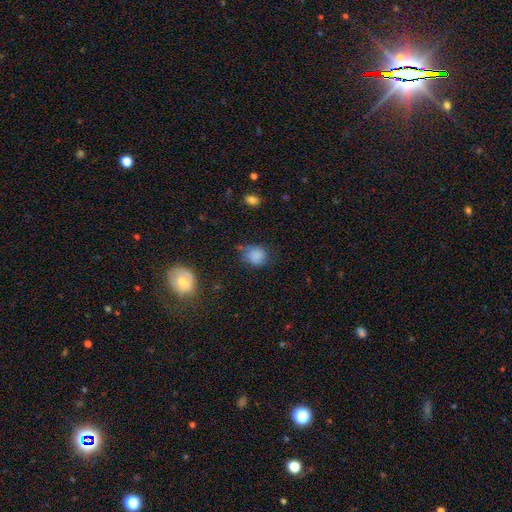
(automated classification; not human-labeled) Overall: smooth (82%). How rounded: round (72%). Merging: none (66%).